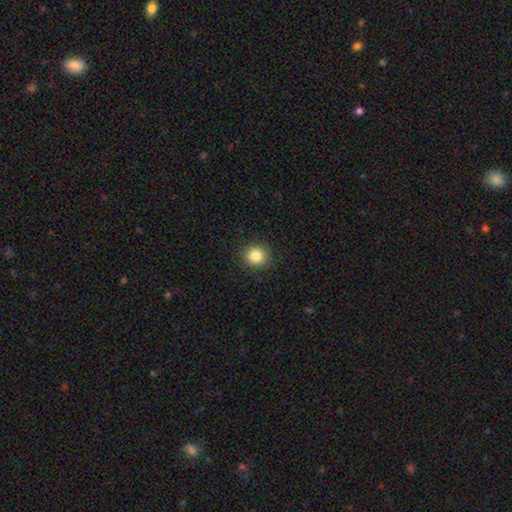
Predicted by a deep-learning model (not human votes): Overall: smooth (84%). How rounded: round (91%). Merging: none (91%).